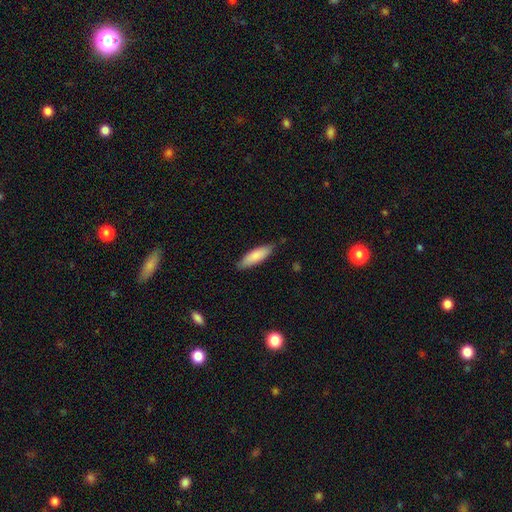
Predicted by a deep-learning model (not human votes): Smooth or featured?
  - smooth: 84% *
  - featured or disk: 11%
  - star or artifact: 5%
How rounded?
  - cigar-shaped: 51% *
  - in between: 48%
  - round: 1%
Merging?
  - none: 80% *
  - minor disturbance: 17%
  - major disturbance: 2%
  - merger: 1%